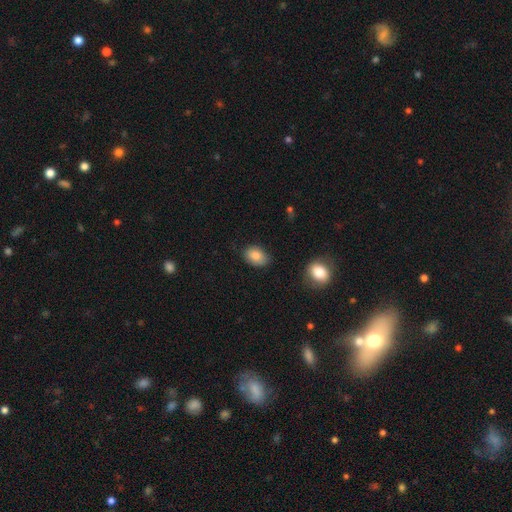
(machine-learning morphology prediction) Smooth or featured? smooth (86%)
How rounded? in between (82%)
Merging? none (79%)